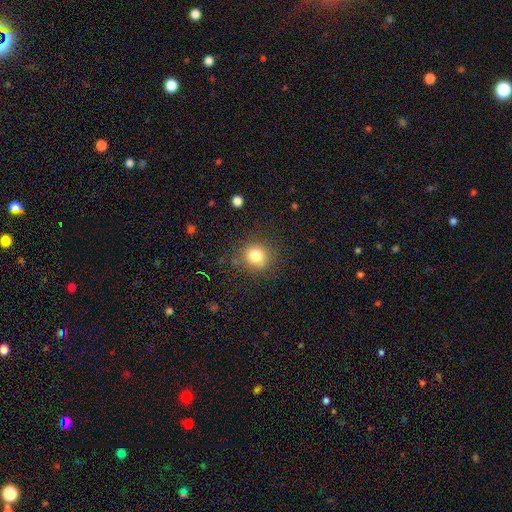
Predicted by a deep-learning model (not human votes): A smooth galaxy with no disk features (79%) that is round (85%). Merging: none (82%).